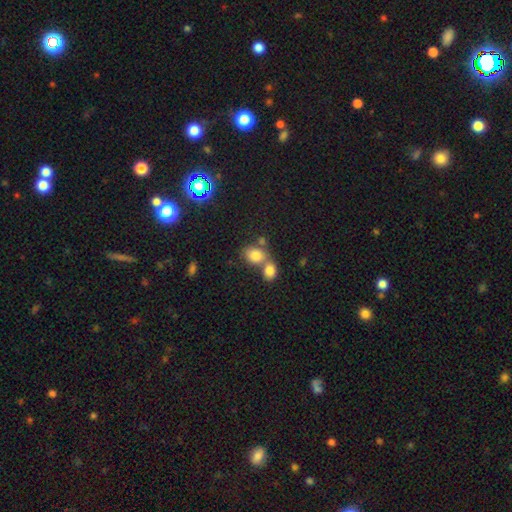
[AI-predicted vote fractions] This appears to be a smooth galaxy with no disk features (81%) that is in between round and cigar-shaped (60%). Merging: merger (52%).